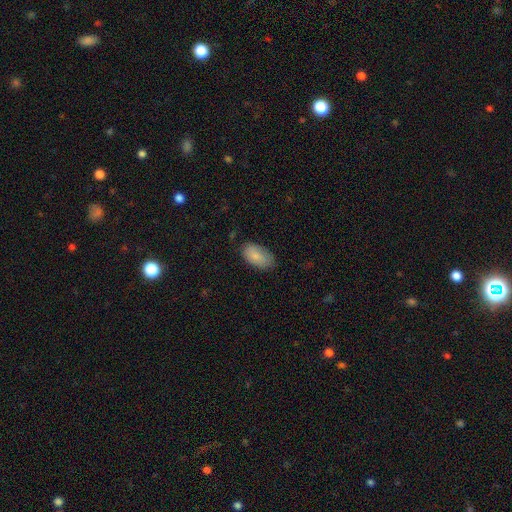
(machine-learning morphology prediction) This is clearly a smooth galaxy (85%). How rounded: clearly in between (95%). Merging: likely none (76%).